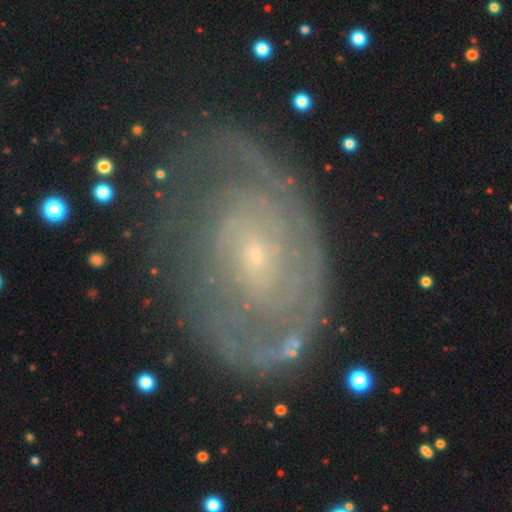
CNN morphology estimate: This appears to be a featured or disk galaxy (77%) with no bar (66%), tight (61%) spiral arms (84%) and a small central bulge (82%). Merging: none (68%).